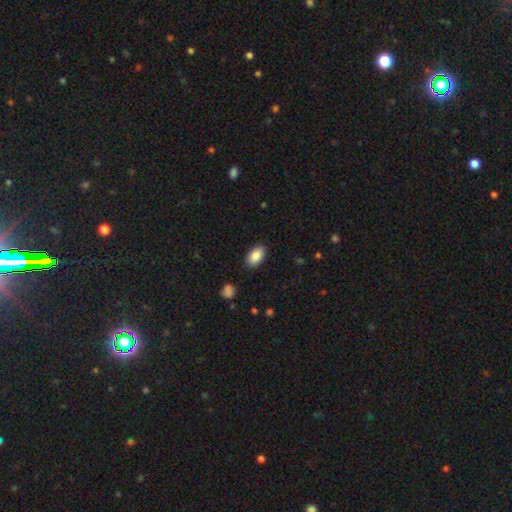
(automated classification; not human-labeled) Morphology: type=smooth (87%); roundness=in between (93%); merging=none (87%).